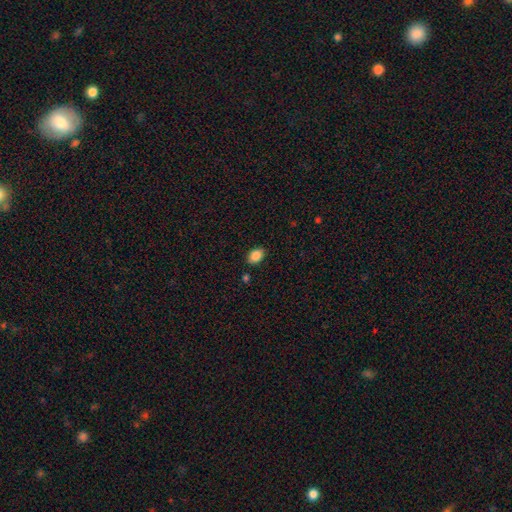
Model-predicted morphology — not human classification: The model was most divided on "how rounded": in between: 85%, round: 14%, cigar-shaped: 1%. More confident: smooth or featured — smooth (87%); merging — none (86%).